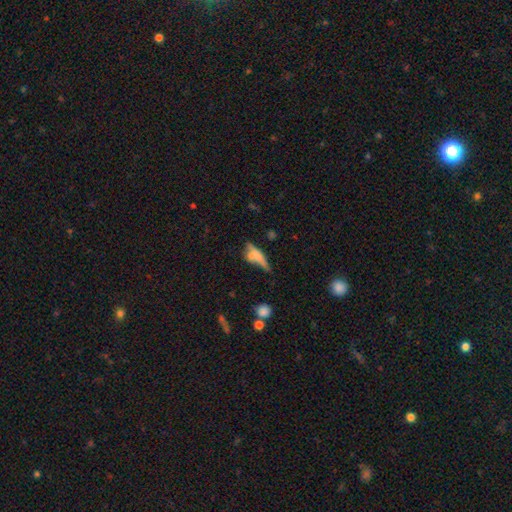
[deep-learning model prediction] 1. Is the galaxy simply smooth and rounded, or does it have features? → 51% smooth, 38% featured or disk, 11% star or artifact.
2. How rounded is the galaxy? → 61% cigar-shaped, 34% in between, 5% round.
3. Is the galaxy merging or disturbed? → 39% none, 27% merger, 20% minor disturbance, 14% major disturbance.